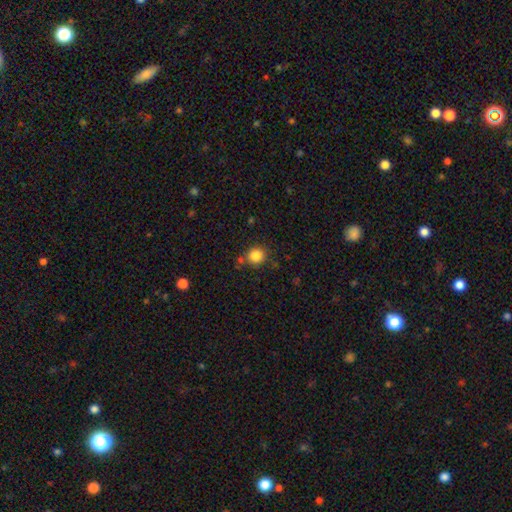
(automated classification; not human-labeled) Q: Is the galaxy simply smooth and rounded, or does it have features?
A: smooth — 84%.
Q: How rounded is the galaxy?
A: round — 88%.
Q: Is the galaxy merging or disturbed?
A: none — 80%.